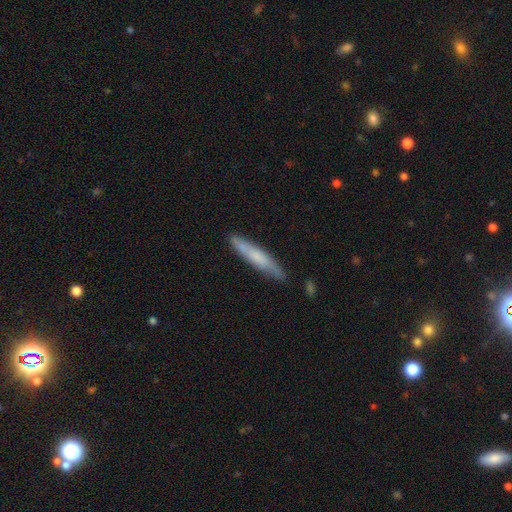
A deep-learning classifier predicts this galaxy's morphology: type=smooth (57%); roundness=cigar-shaped (92%); merging=none (83%).